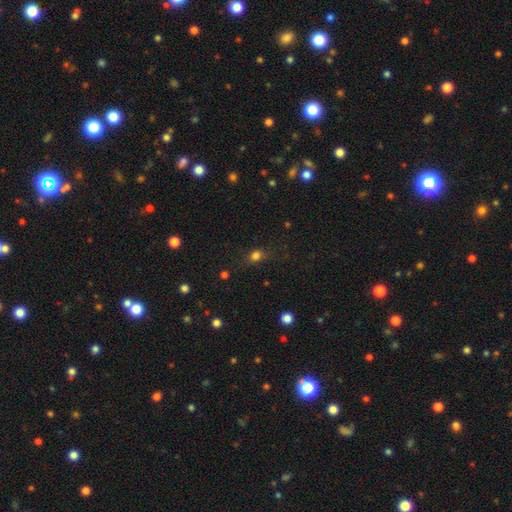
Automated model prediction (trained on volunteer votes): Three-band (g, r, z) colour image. It shows a smooth galaxy with no disk features (75%) that is round (58%). Merging: none (71%).